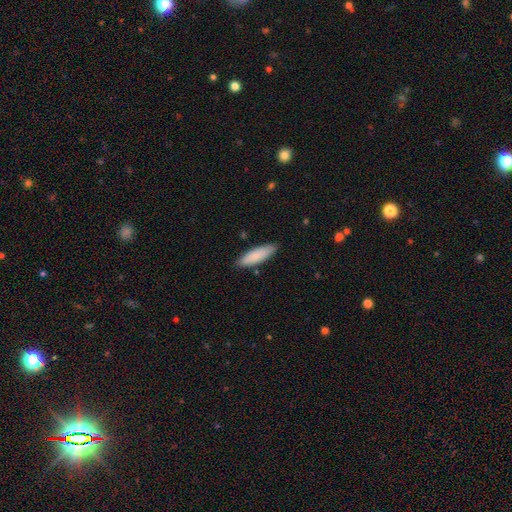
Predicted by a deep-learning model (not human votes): Smooth or featured? smooth (86%)
How rounded? cigar-shaped (54%)
Merging? none (86%)